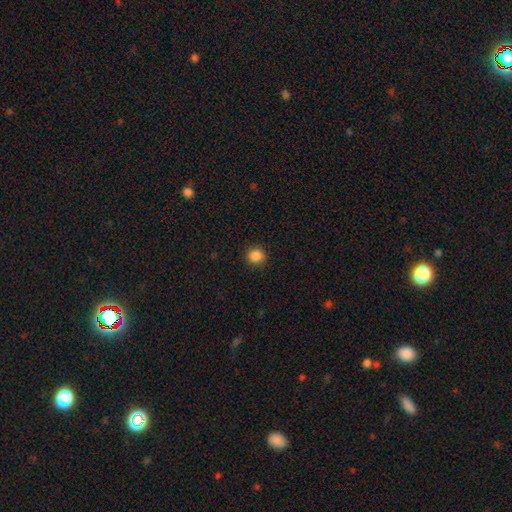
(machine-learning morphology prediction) The model was most divided on "smooth or featured": smooth: 87%, star or artifact: 11%, featured or disk: 3%. More confident: merging — none (90%); how rounded — round (89%).